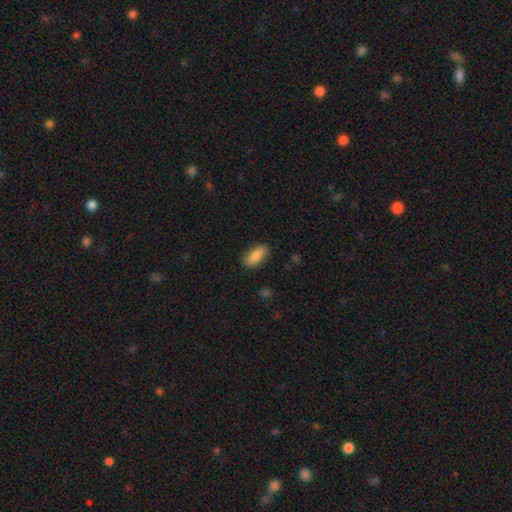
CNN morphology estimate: Overall: smooth (85%). How rounded: in between (85%). Merging: none (86%).